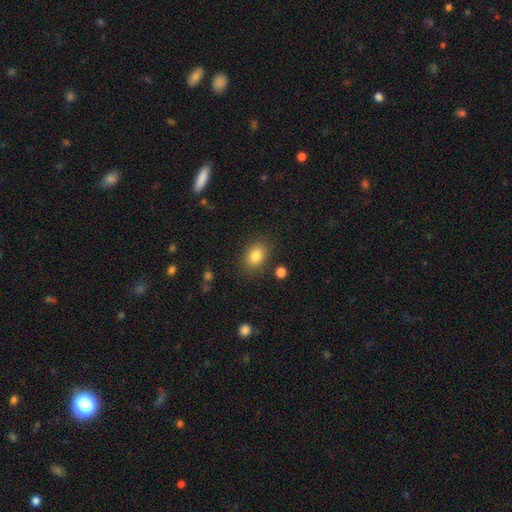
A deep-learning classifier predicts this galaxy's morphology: This is clearly a smooth galaxy (83%). How rounded: likely in between (71%). Merging: clearly none (83%).